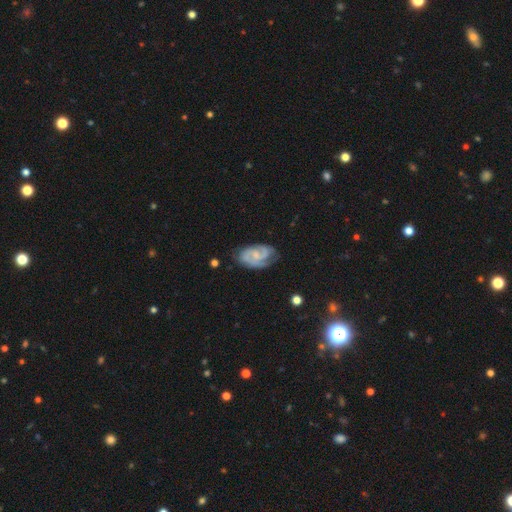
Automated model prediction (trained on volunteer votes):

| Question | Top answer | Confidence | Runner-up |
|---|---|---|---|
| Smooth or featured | featured or disk | 82% | smooth (13%) |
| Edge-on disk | no | 97% | yes (3%) |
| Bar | no | 51% | weak (41%) |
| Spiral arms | yes | 96% | no (4%) |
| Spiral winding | tight | 46% | medium (43%) |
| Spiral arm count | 2 | 66% | 3 (14%) |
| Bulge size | small | 47% | none (28%) |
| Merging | none | 68% | minor disturbance (22%) |